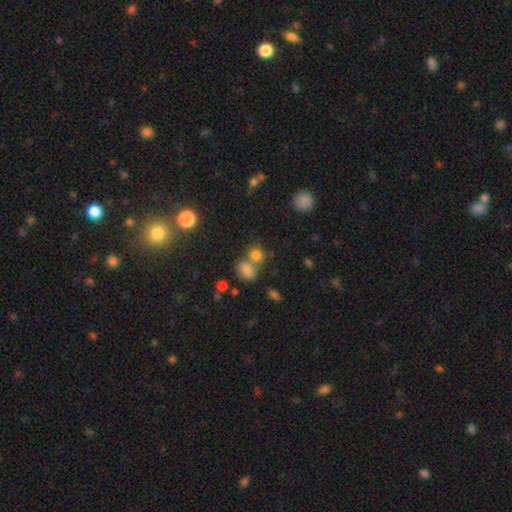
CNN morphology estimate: smooth_or_featured: smooth (p=0.75) [alt: star or artifact p=0.18]
how_rounded: round (p=0.68) [alt: in between p=0.30]
merging: none (p=0.48) [alt: merger p=0.39]